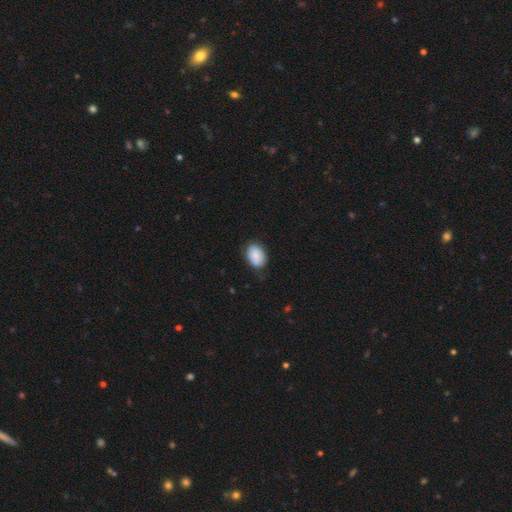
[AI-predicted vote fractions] Smooth or featured? smooth (86%)
How rounded? in between (81%)
Merging? none (76%)